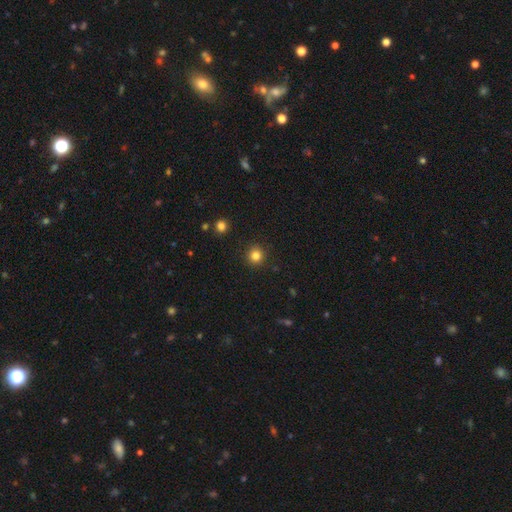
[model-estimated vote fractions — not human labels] A smooth galaxy with no disk features (83%) that is round (94%).

Vote fractions:
- Smooth or featured? smooth: 83% / star or artifact: 12% / featured or disk: 5%
- How rounded? round: 94% / in between: 5% / cigar-shaped: 1%
- Merging? none: 92% / minor disturbance: 5% / major disturbance: 2% / merger: 1%